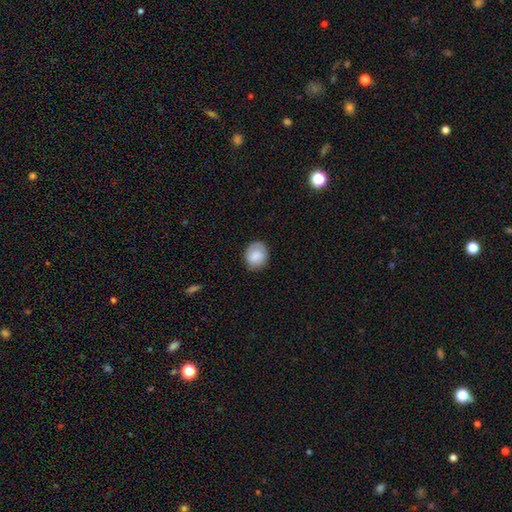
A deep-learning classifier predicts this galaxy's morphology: type=smooth (81%); roundness=round (64%); merging=none (80%).